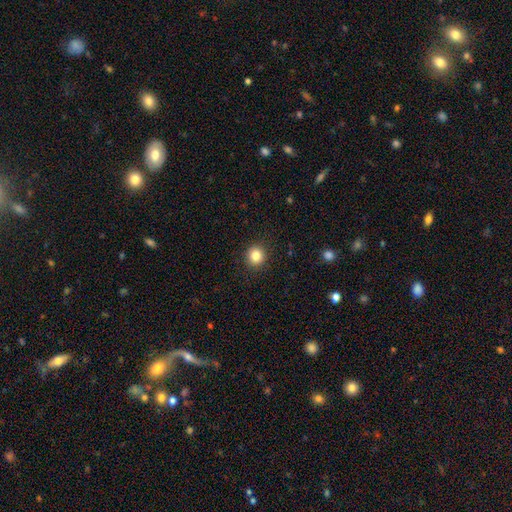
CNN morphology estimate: Smooth or featured? smooth (84%)
How rounded? round (92%)
Merging? none (92%)